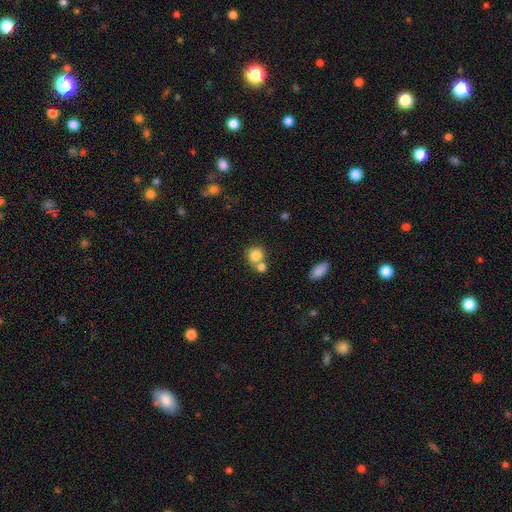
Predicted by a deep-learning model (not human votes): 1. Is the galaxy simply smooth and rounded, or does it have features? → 82% smooth, 10% star or artifact, 8% featured or disk.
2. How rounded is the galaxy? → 85% round, 14% in between, 1% cigar-shaped.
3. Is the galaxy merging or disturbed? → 52% none, 36% merger, 9% minor disturbance, 3% major disturbance.